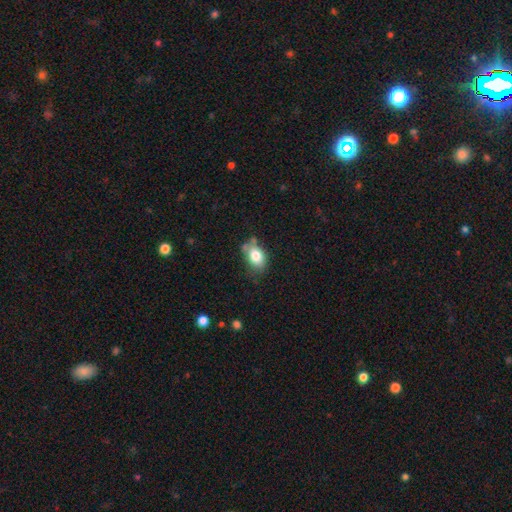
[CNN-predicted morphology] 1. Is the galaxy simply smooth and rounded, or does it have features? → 80% smooth, 12% featured or disk, 8% star or artifact.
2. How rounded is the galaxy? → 77% in between, 21% round, 1% cigar-shaped.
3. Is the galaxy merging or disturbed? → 55% none, 28% minor disturbance, 10% merger, 7% major disturbance.